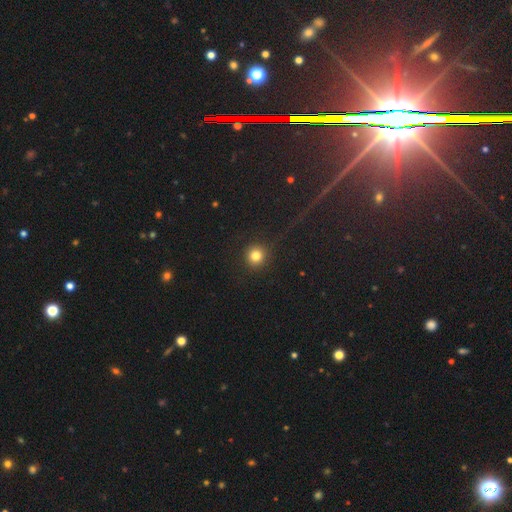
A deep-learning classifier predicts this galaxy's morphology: smooth_or_featured: smooth (p=0.81) [alt: star or artifact p=0.13]
how_rounded: round (p=0.94) [alt: in between p=0.05]
merging: none (p=0.91) [alt: minor disturbance p=0.05]